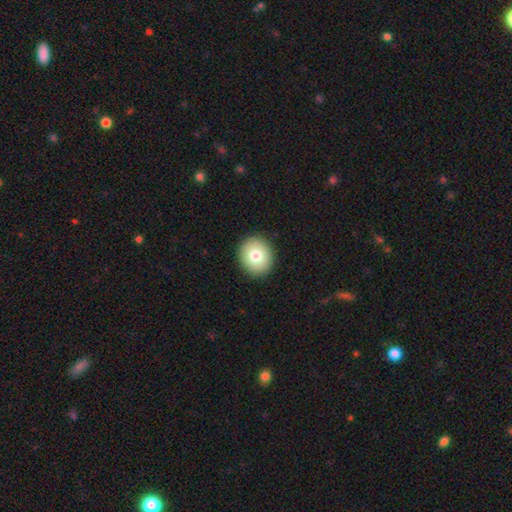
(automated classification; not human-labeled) A smooth galaxy with no disk features (78%) that is round (76%).

Vote fractions:
- Smooth or featured? smooth: 78% / featured or disk: 13% / star or artifact: 9%
- How rounded? round: 76% / in between: 23% / cigar-shaped: 1%
- Merging? none: 92% / minor disturbance: 6% / major disturbance: 2% / merger: 1%